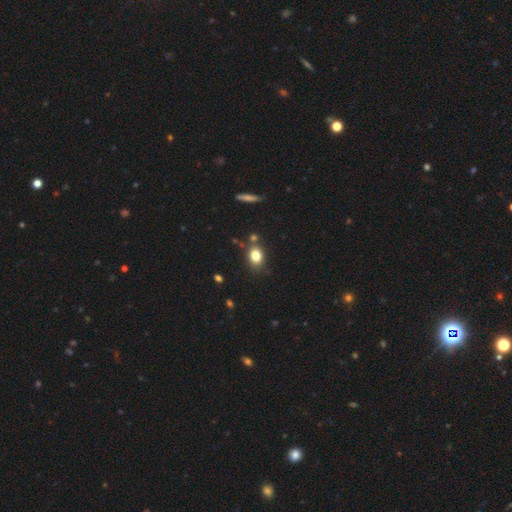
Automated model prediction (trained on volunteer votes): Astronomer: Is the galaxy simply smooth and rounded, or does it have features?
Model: smooth — 79%.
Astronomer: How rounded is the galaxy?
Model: in between — 58% (runner-up: round, 40%).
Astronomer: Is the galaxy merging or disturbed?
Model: none — 75%.